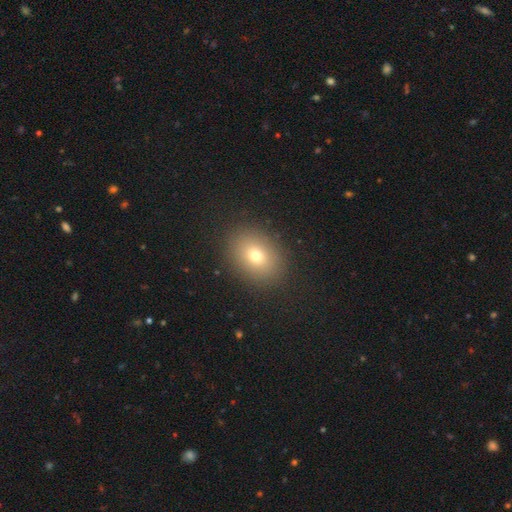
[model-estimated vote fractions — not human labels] Morphology: type=smooth (73%); roundness=in between (58%); merging=none (89%).